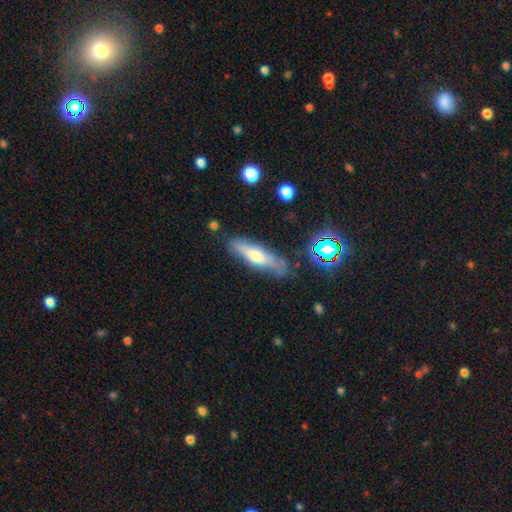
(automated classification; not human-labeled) Overall: smooth (49%; featured or disk 42%). Merging: none (74%).